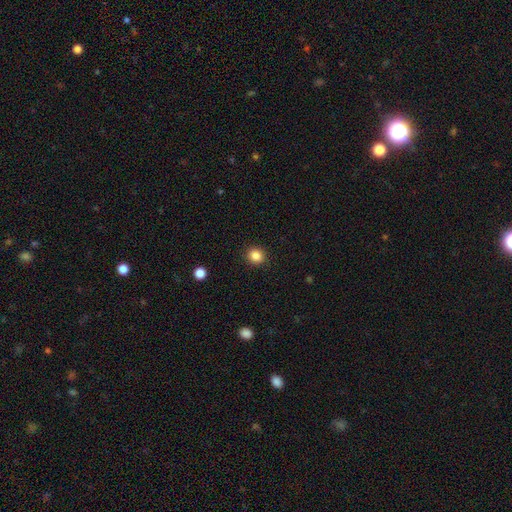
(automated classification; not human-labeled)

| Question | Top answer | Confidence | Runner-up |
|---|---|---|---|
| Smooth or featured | smooth | 85% | star or artifact (11%) |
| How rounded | round | 88% | in between (11%) |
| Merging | none | 92% | minor disturbance (5%) |